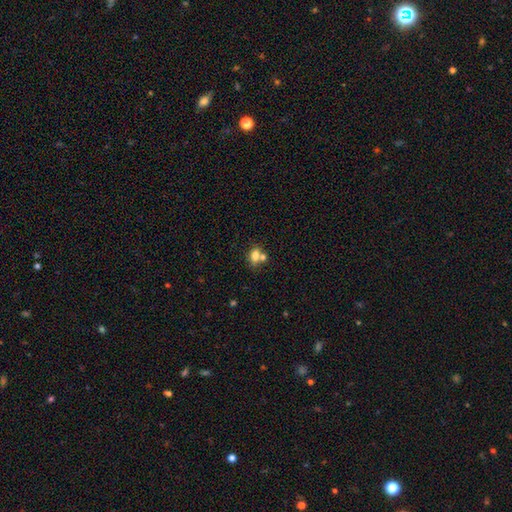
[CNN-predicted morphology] A smooth galaxy with no disk features (76%) that is in between round and cigar-shaped (74%).

Vote fractions:
- Smooth or featured? smooth: 76% / featured or disk: 12% / star or artifact: 12%
- How rounded? in between: 74% / round: 24% / cigar-shaped: 3%
- Merging? none: 46% / merger: 39% / minor disturbance: 11% / major disturbance: 4%